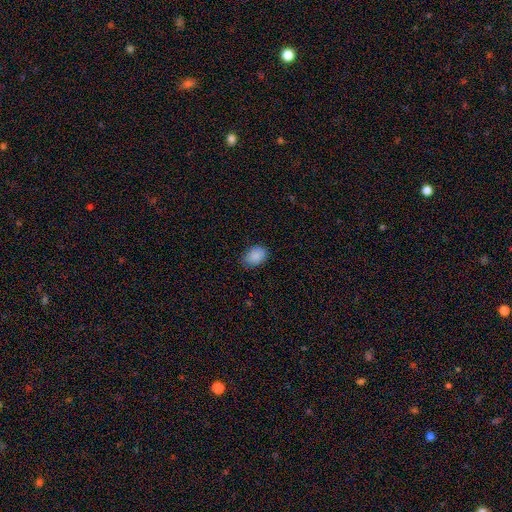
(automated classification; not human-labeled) Smooth or featured? Predicted: smooth (p=0.88). How rounded? Predicted: in between (p=0.78). Merging? Predicted: none (p=0.78).